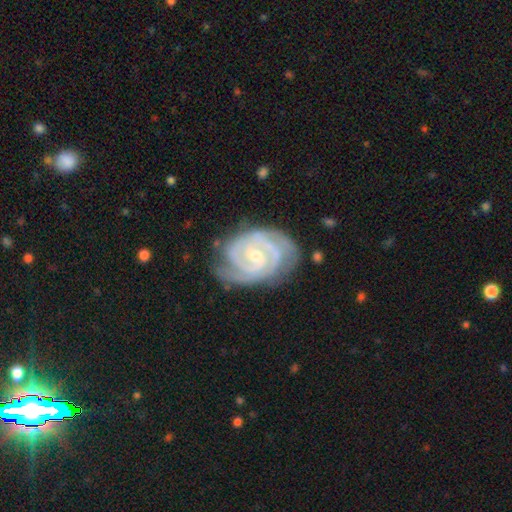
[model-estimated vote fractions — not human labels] A featured or disk galaxy (92%) with no bar (50%), 2 (51%) tight (75%) spiral arms (98%) and a small central bulge (60%). Merging: none (73%).